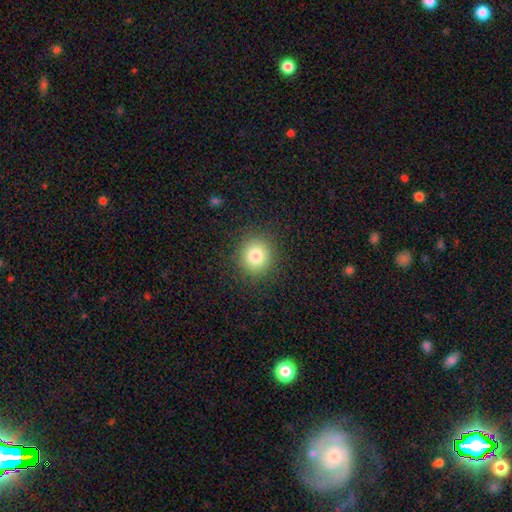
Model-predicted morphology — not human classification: Smooth or featured?
  - smooth: 81% *
  - star or artifact: 11%
  - featured or disk: 7%
How rounded?
  - round: 91% *
  - in between: 8%
  - cigar-shaped: 1%
Merging?
  - none: 89% *
  - minor disturbance: 7%
  - major disturbance: 3%
  - merger: 1%